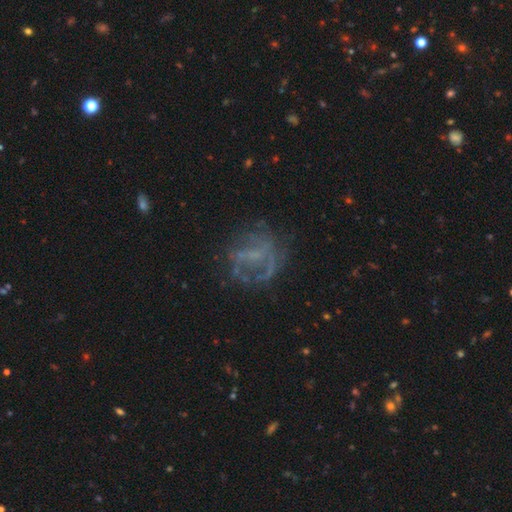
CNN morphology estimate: This is likely a featured or disk galaxy (61%). It is clearly not viewed edge-on (97%). Bar: possibly no (56%). Spiral arm pattern: possibly no (54%). Central bulge: possibly none (56%). Merging: possibly none (57%).